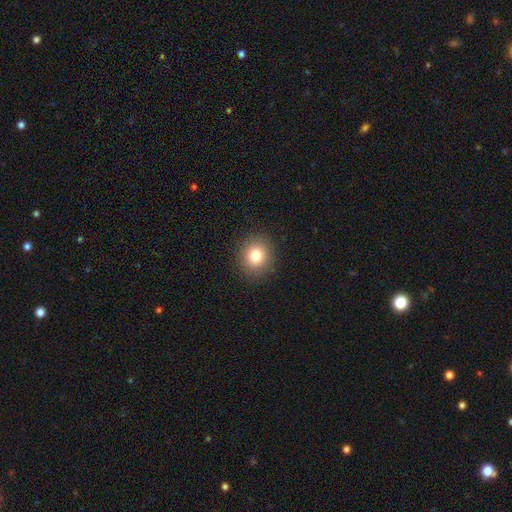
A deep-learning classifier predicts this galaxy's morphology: Overall: smooth (80%). How rounded: round (82%). Merging: none (90%).